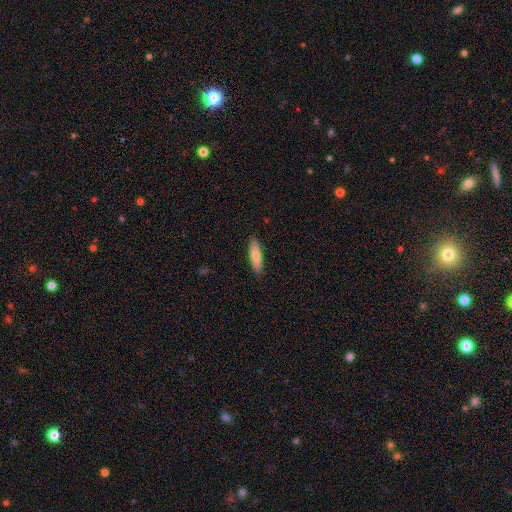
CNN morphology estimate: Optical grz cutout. It shows a smooth galaxy with no disk features (73%) that is cigar-shaped (60%). Merging: none (89%).